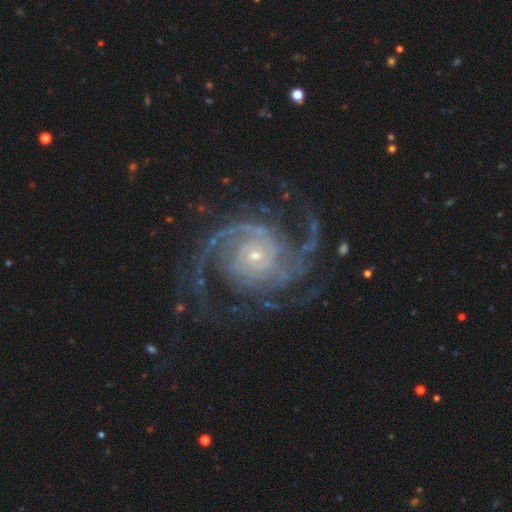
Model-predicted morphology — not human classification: Q: Smooth or featured?
A: featured or disk (91%); runner-up: star or artifact (5%)
Q: Edge-on disk?
A: no (98%); runner-up: yes (2%)
Q: Bar?
A: no (73%); runner-up: weak (20%)
Q: Spiral arms?
A: yes (98%); runner-up: no (2%)
Q: Spiral winding?
A: tight (50%); runner-up: medium (38%)
Q: Spiral arm count?
A: 2 (41%); runner-up: 3 (18%)
Q: Bulge size?
A: small (73%); runner-up: moderate (22%)
Q: Merging?
A: none (69%); runner-up: major disturbance (15%)